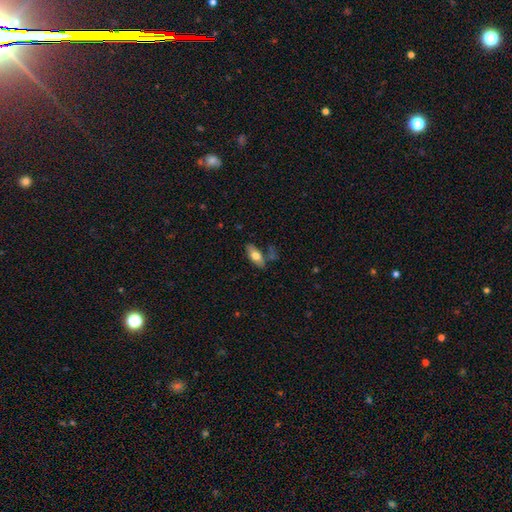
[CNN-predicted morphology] Smooth or featured? smooth (70%)
How rounded? in between (79%)
Merging? none (70%)